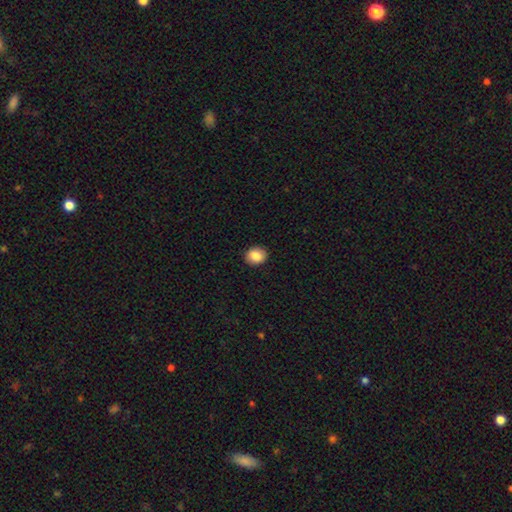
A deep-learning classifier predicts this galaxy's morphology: This is clearly a smooth galaxy (86%). How rounded: likely round (61%). Merging: clearly none (90%).